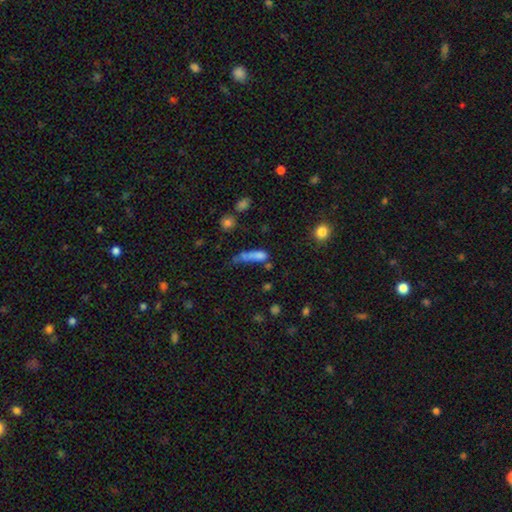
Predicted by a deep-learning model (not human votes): A smooth galaxy with no disk features (67%) that is cigar-shaped (48%). Merging: merger (28%).